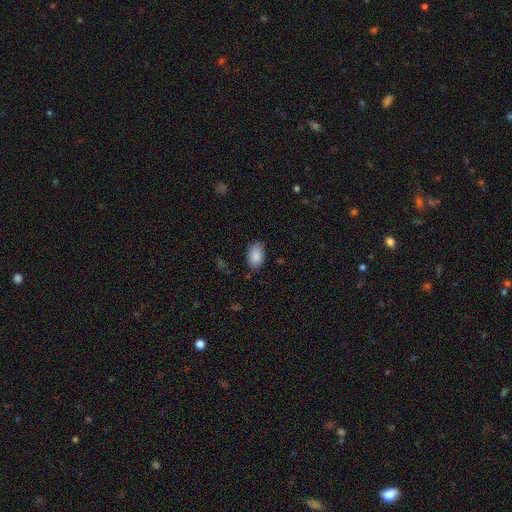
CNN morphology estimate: smooth-or-featured: smooth: 87% | star or artifact: 7% | featured or disk: 6%
  how-rounded: in between: 91% | round: 8% | cigar-shaped: 1%
  merging: none: 78% | minor disturbance: 17% | major disturbance: 3% | merger: 1%